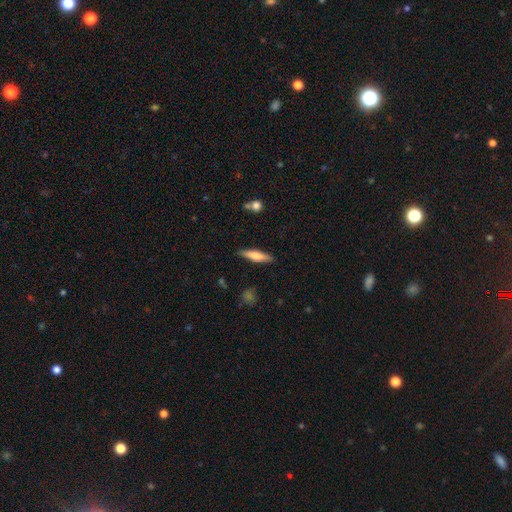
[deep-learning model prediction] smooth_or_featured: smooth (p=0.65) [alt: featured or disk p=0.29]
how_rounded: cigar-shaped (p=0.78) [alt: in between p=0.20]
merging: none (p=0.86) [alt: minor disturbance p=0.10]